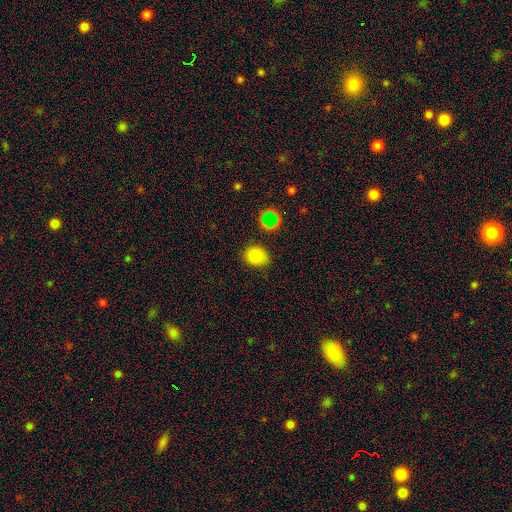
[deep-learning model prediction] Overall: smooth (82%). How rounded: round (58%; in between 41%). Merging: none (81%).